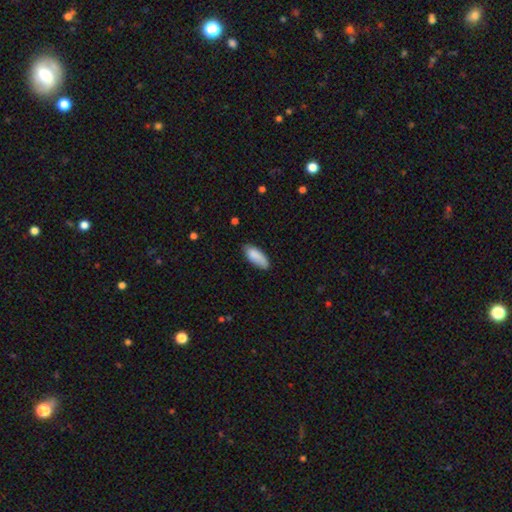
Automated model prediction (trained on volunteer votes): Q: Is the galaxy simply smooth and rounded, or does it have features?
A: smooth — 87%.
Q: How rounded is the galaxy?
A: in between — 82%.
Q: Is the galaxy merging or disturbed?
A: none — 74%.